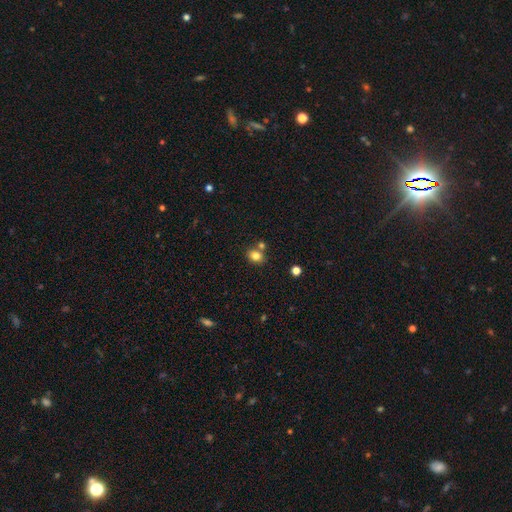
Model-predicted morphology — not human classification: type=smooth (80%); roundness=in between (50%); merging=none (66%).